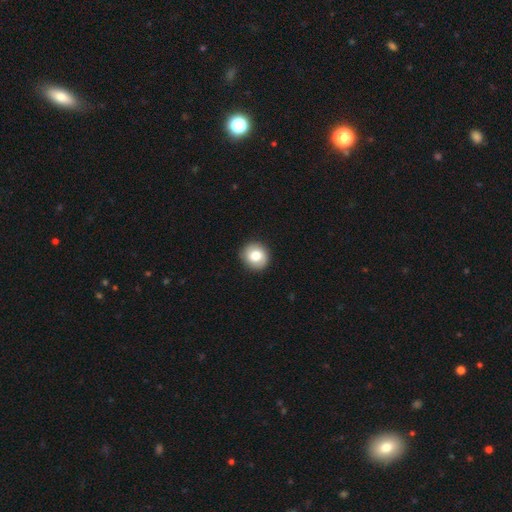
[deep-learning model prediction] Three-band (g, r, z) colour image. It shows a smooth galaxy with no disk features (77%) that is round (86%). Merging: none (89%).